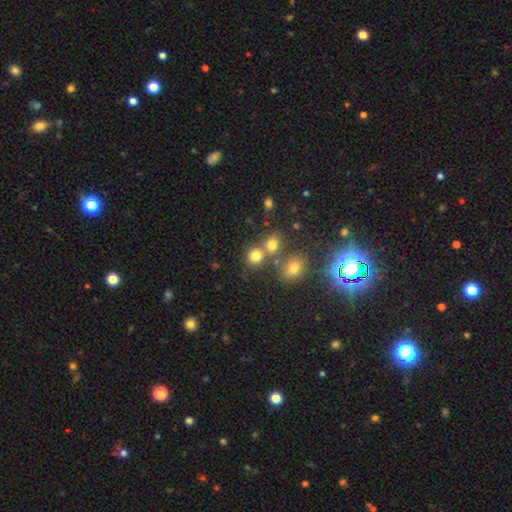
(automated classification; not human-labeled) Morphology: type=smooth (75%); roundness=round (81%); merging=none (59%).